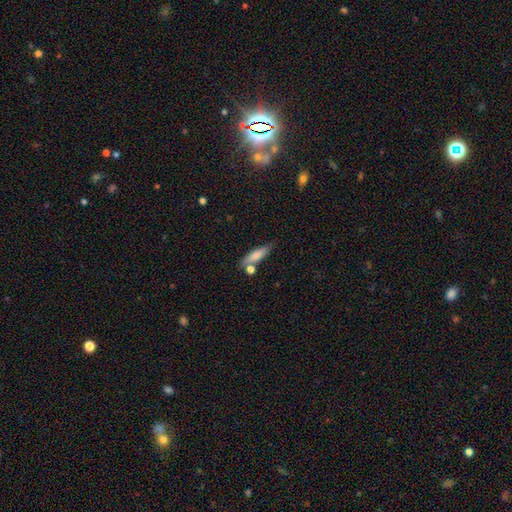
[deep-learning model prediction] Smooth or featured: smooth — 74% (featured or disk — 19%)
How rounded: cigar-shaped — 67% (in between — 30%)
Merging: none — 66% (minor disturbance — 15%)